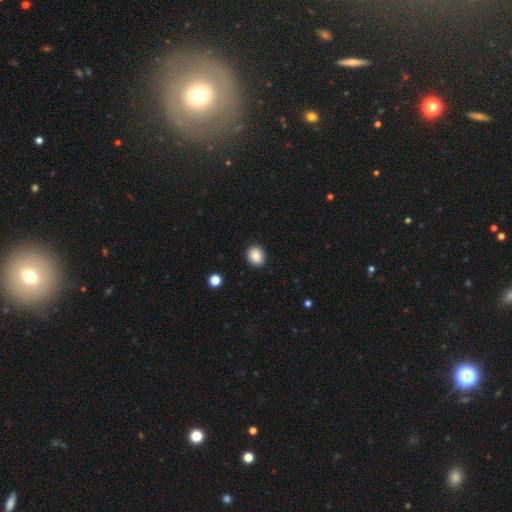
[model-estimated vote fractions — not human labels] smooth-or-featured: smooth: 86% | star or artifact: 9% | featured or disk: 4%
  how-rounded: round: 56% | in between: 43% | cigar-shaped: 1%
  merging: none: 90% | minor disturbance: 7% | major disturbance: 2% | merger: 1%